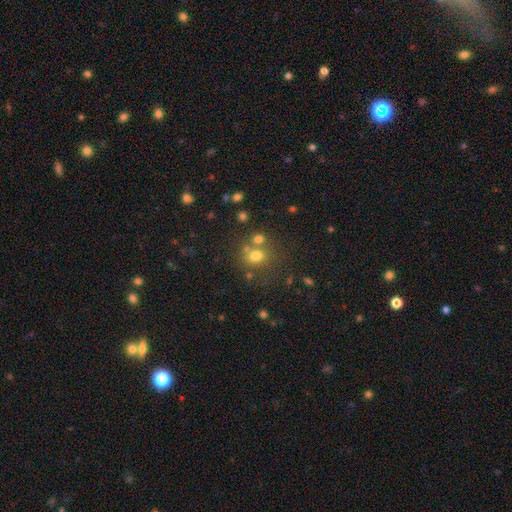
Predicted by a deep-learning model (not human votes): smooth_or_featured: smooth (p=0.70) [alt: star or artifact p=0.18]
how_rounded: round (p=0.75) [alt: in between p=0.24]
merging: none (p=0.61) [alt: merger p=0.23]